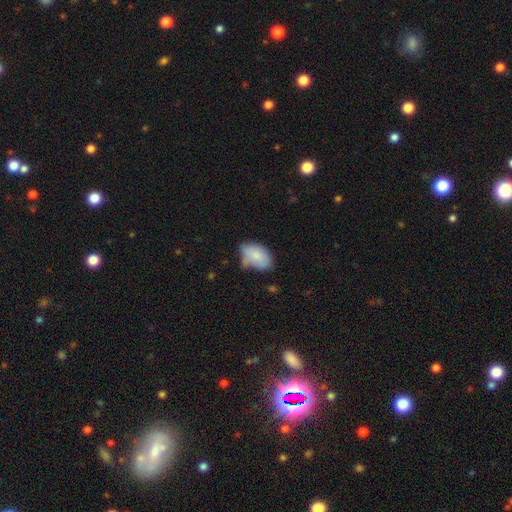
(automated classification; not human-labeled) A smooth galaxy with no disk features (79%) that is in between round and cigar-shaped (88%).

Vote fractions:
- Smooth or featured? smooth: 79% / featured or disk: 13% / star or artifact: 7%
- How rounded? in between: 88% / round: 10% / cigar-shaped: 1%
- Merging? none: 45% / minor disturbance: 37% / major disturbance: 11% / merger: 7%